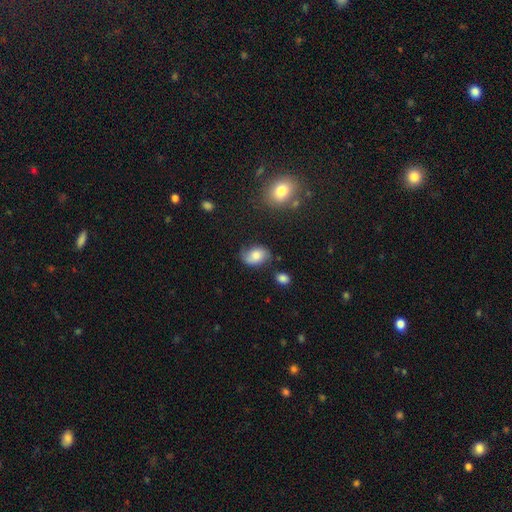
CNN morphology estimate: Smooth or featured? smooth (62%)
How rounded? in between (79%)
Merging? none (62%)